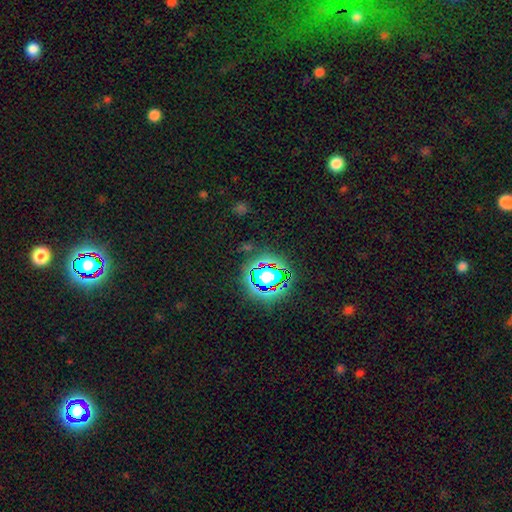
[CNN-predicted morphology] The model was most divided on "smooth or featured": star or artifact: 78%, smooth: 13%, featured or disk: 8%.